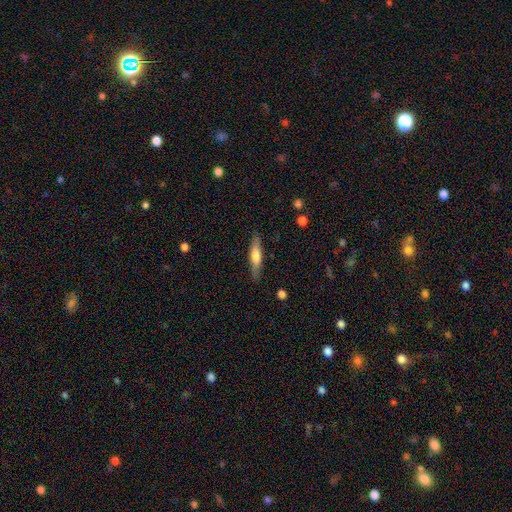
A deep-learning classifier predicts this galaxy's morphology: smooth_or_featured: smooth (p=0.56) [alt: featured or disk p=0.38]
how_rounded: cigar-shaped (p=0.78) [alt: in between p=0.20]
merging: none (p=0.83) [alt: minor disturbance p=0.13]